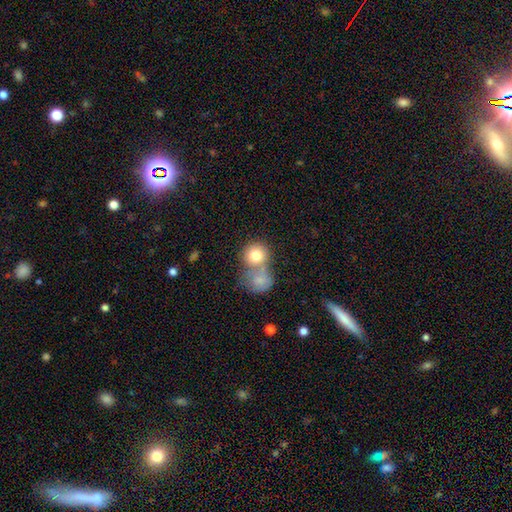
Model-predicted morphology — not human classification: smooth-or-featured: smooth: 79% | featured or disk: 13% | star or artifact: 8%
  how-rounded: round: 83% | in between: 16% | cigar-shaped: 1%
  merging: merger: 57% | none: 30% | minor disturbance: 8% | major disturbance: 6%